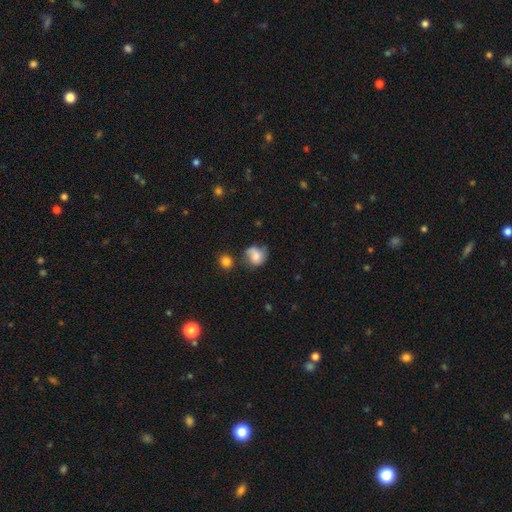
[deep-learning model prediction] smooth 65%, featured or disk 25%, star or artifact 9%. Down the decision tree: how rounded — round (73%); merging — none (51%).